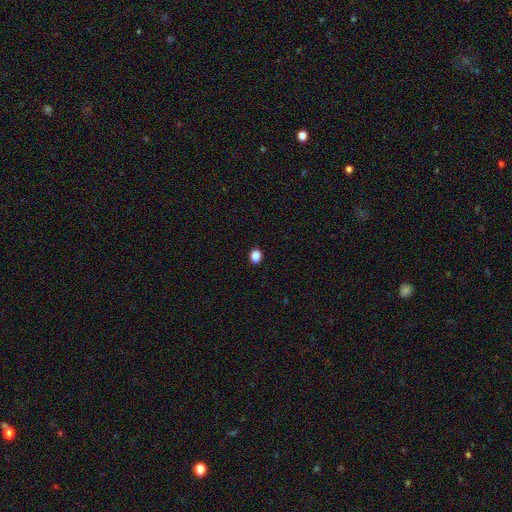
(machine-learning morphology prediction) Overall: smooth (87%). How rounded: round (50%; in between 49%). Merging: none (91%).